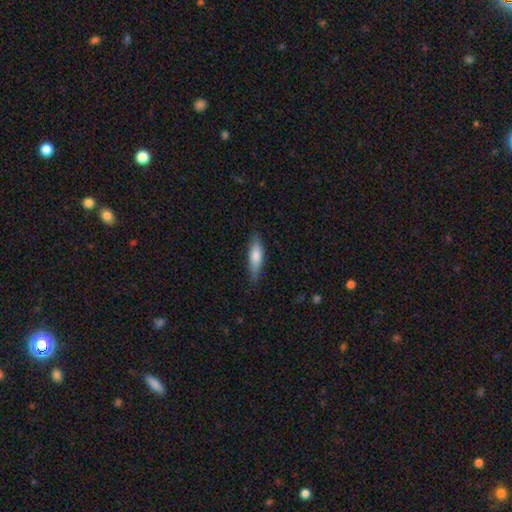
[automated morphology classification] Q: Smooth or featured?
A: smooth (67%); runner-up: featured or disk (27%)
Q: How rounded?
A: cigar-shaped (67%); runner-up: in between (31%)
Q: Merging?
A: none (79%); runner-up: minor disturbance (17%)